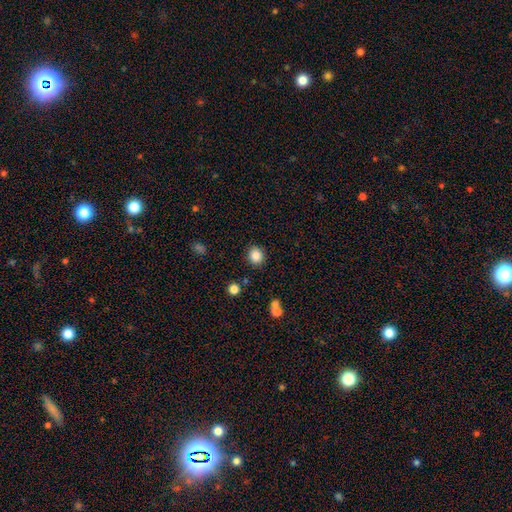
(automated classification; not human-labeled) Smooth or featured: smooth — 85% (star or artifact — 10%)
How rounded: round — 85% (in between — 14%)
Merging: none — 88% (minor disturbance — 7%)